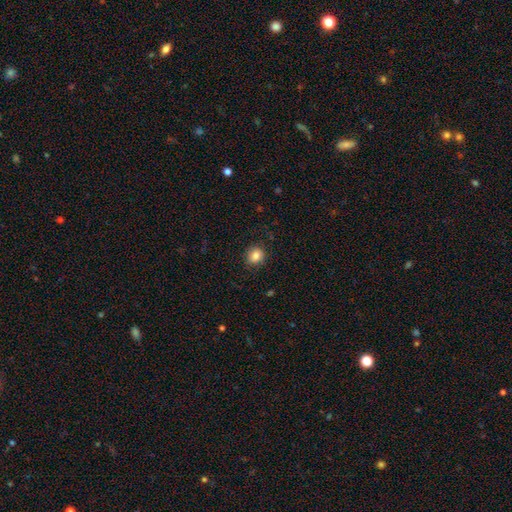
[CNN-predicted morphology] type=smooth (85%); roundness=round (68%); merging=none (85%).